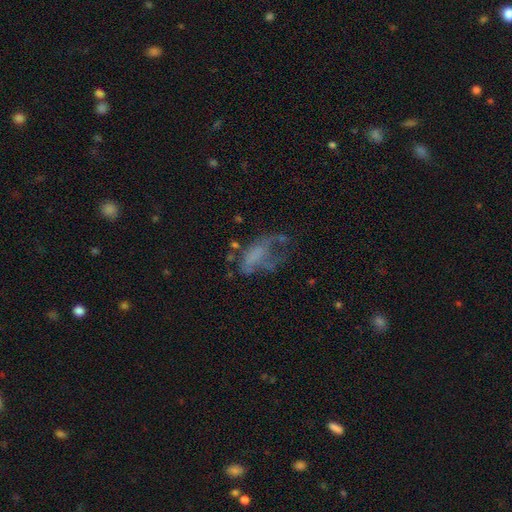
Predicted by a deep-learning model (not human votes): Morphology: type=featured or disk (47%); merging=major disturbance (49%).